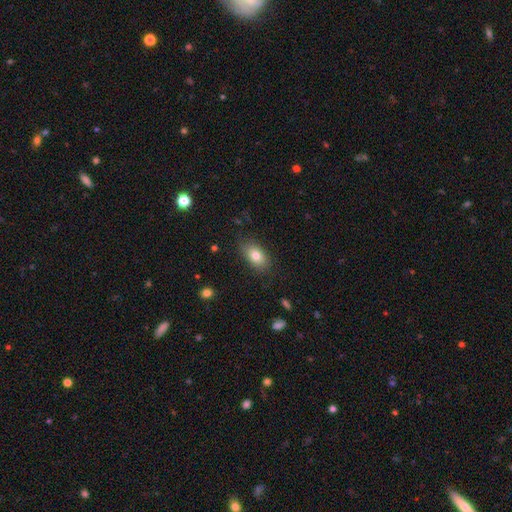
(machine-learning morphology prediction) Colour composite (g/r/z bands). It shows a smooth galaxy with no disk features (79%) that is in between round and cigar-shaped (89%). Merging: none (81%).